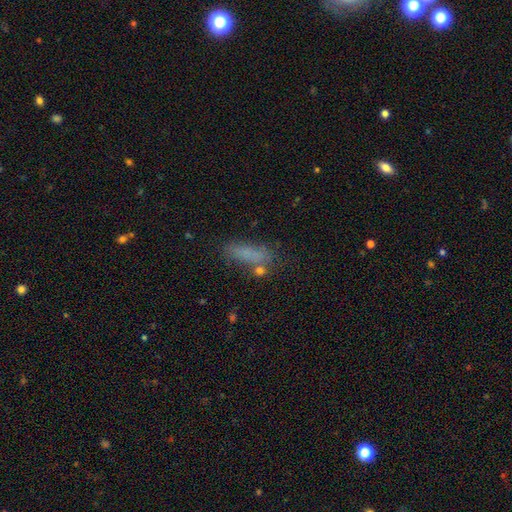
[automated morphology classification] Smooth or featured? smooth (75%)
How rounded? in between (51%)
Merging? none (62%)